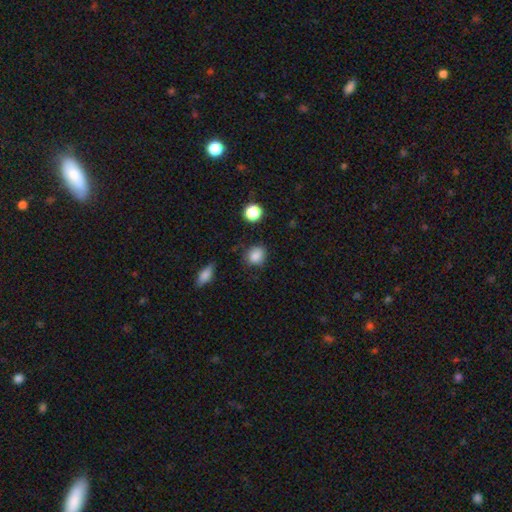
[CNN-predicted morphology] Overall: smooth (85%). How rounded: round (73%). Merging: none (75%).